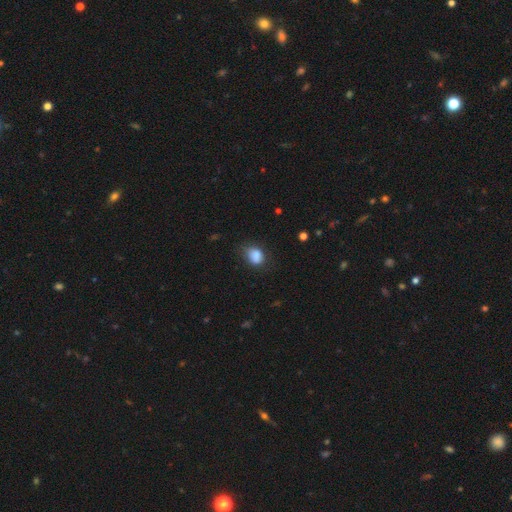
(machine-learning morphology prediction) Smooth or featured?
  - smooth: 83% *
  - star or artifact: 9%
  - featured or disk: 8%
How rounded?
  - in between: 61% *
  - round: 38%
  - cigar-shaped: 1%
Merging?
  - none: 55% *
  - minor disturbance: 31%
  - major disturbance: 10%
  - merger: 4%